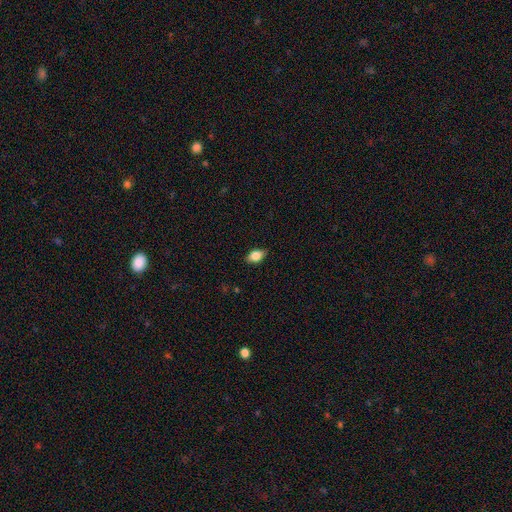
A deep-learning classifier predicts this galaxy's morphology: Smooth or featured? Predicted: smooth (p=0.76). How rounded? Predicted: in between (p=0.85). Merging? Predicted: none (p=0.83).